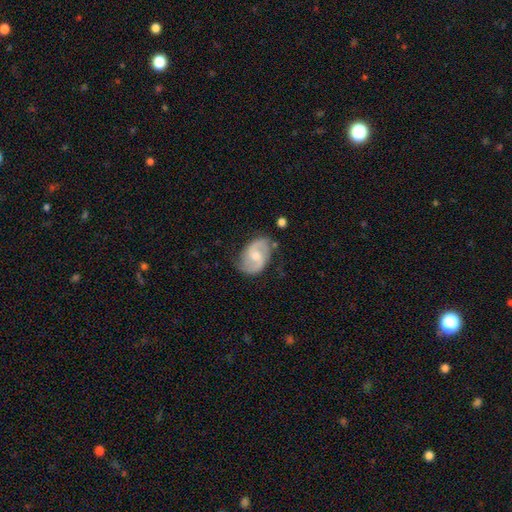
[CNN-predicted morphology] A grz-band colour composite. It shows a featured or disk galaxy (79%) with a weak bar (51%), 2 (91%) medium (51%) spiral arms (95%) and a moderate central bulge (52%). Merging: none (73%).